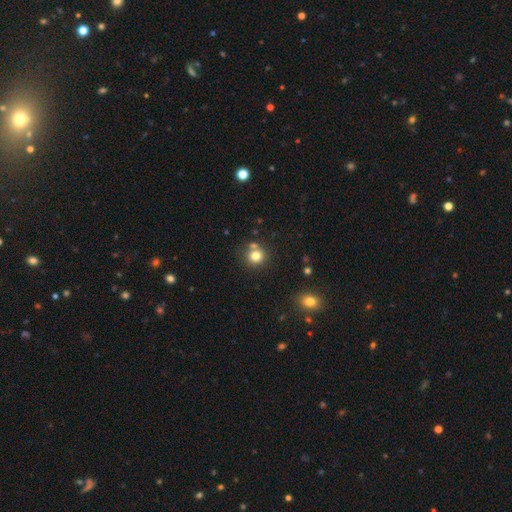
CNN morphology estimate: A smooth galaxy with no disk features (79%) that is round (89%).

Vote fractions:
- Smooth or featured? smooth: 79% / star or artifact: 13% / featured or disk: 8%
- How rounded? round: 89% / in between: 10% / cigar-shaped: 1%
- Merging? none: 69% / merger: 18% / minor disturbance: 9% / major disturbance: 3%